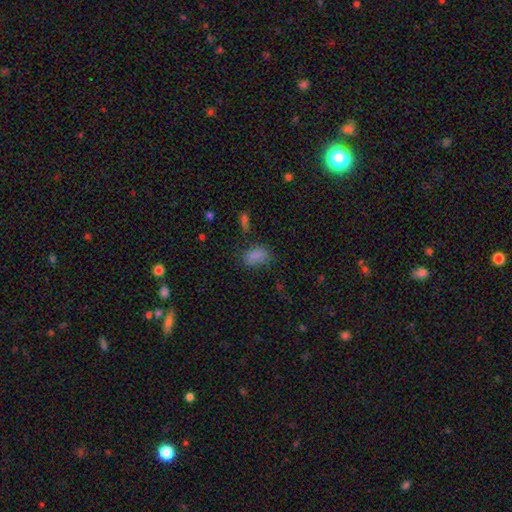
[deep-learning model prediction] Overall: smooth (80%). How rounded: in between (86%). Merging: none (65%).